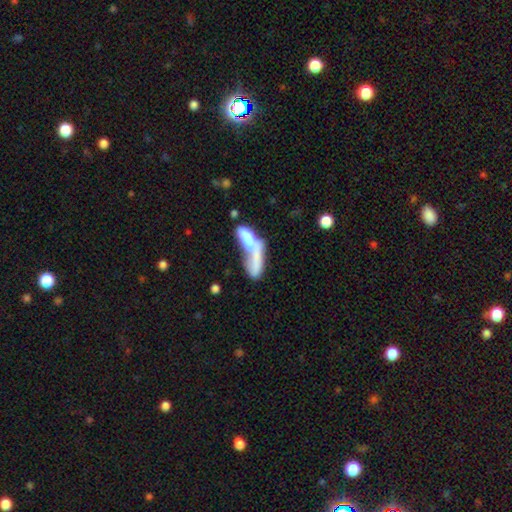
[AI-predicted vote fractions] Q: Smooth or featured?
A: smooth (60%); runner-up: featured or disk (31%)
Q: How rounded?
A: in between (50%); runner-up: cigar-shaped (45%)
Q: Merging?
A: merger (63%); runner-up: major disturbance (17%)